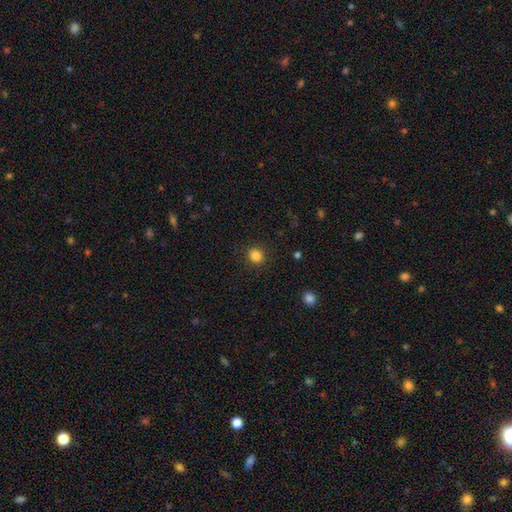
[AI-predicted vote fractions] smooth-or-featured: smooth: 85% | star or artifact: 11% | featured or disk: 4%
  how-rounded: round: 79% | in between: 20% | cigar-shaped: 1%
  merging: none: 90% | minor disturbance: 6% | major disturbance: 3% | merger: 1%